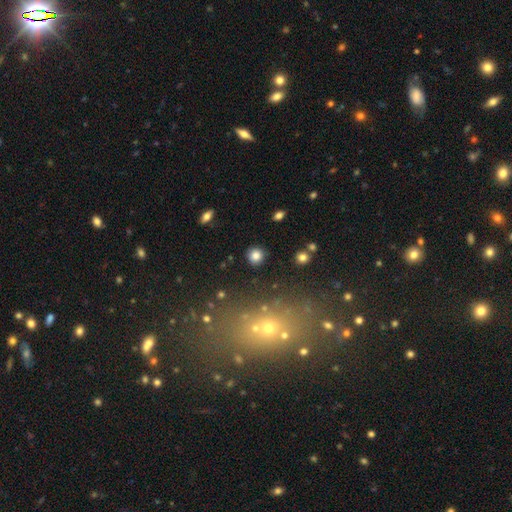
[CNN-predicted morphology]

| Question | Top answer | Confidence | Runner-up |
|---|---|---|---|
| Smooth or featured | smooth | 82% | star or artifact (12%) |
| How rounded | round | 92% | in between (7%) |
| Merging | none | 90% | minor disturbance (6%) |